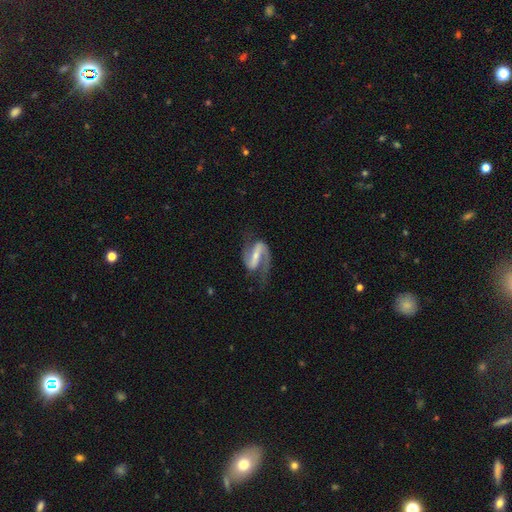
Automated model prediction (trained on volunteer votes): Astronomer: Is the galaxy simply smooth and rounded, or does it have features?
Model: featured or disk — 90%.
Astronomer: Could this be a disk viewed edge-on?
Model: no — 96%.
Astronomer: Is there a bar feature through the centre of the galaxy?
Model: strong — 71%.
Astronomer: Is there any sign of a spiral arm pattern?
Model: yes — 96%.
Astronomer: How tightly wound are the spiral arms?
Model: medium — 50% (runner-up: loose, 36%).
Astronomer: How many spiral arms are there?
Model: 2 — 90%.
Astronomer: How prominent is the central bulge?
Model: small — 55% (runner-up: moderate, 34%).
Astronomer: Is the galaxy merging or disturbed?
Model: none — 69%.